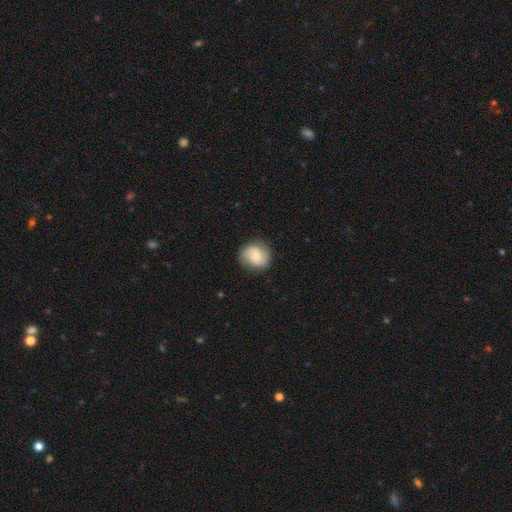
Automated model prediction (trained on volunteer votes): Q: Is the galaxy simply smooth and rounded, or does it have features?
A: smooth — 57%.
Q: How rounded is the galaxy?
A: round — 79%.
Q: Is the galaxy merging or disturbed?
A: none — 81%.